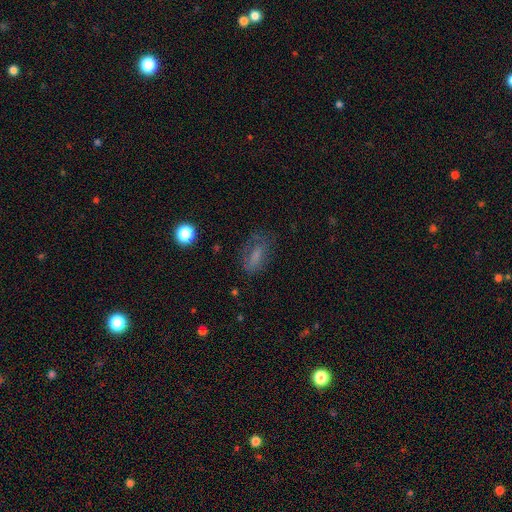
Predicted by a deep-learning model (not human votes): Smooth or featured: smooth — 60% (featured or disk — 25%)
How rounded: in between — 76% (cigar-shaped — 16%)
Merging: none — 57% (minor disturbance — 24%)